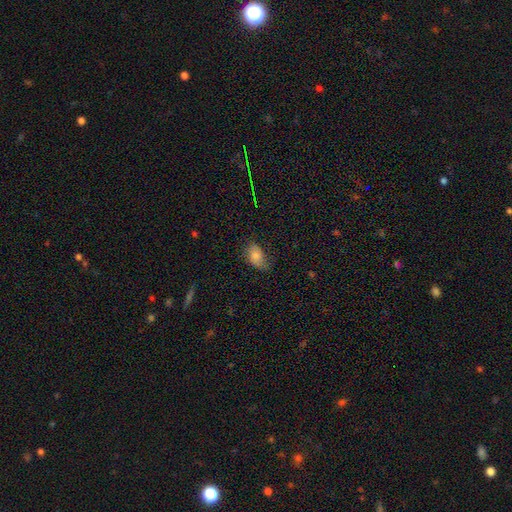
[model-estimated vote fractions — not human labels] The model was most divided on "merging": none: 59%, minor disturbance: 30%, major disturbance: 9%, merger: 1%. More confident: how rounded — in between (85%); smooth or featured — smooth (75%).